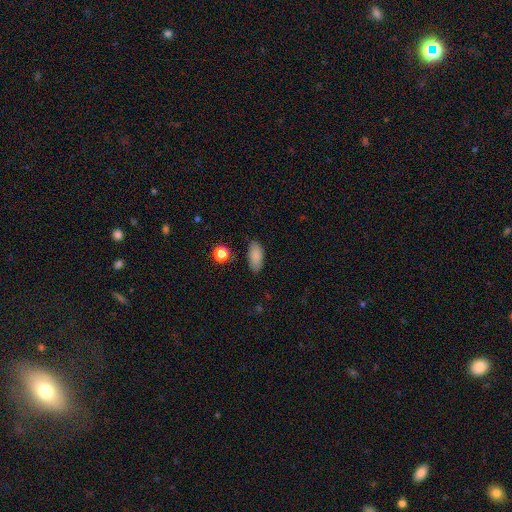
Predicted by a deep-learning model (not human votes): Morphology: type=smooth (85%); roundness=in between (87%); merging=none (79%).